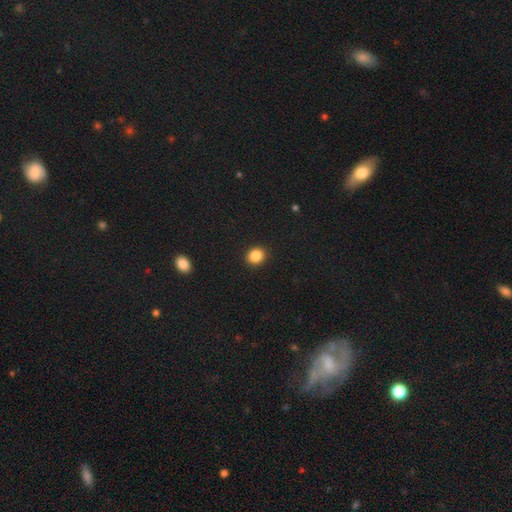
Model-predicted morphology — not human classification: smooth 86%, star or artifact 10%, featured or disk 4%. Down the decision tree: how rounded — round (74%); merging — none (92%).